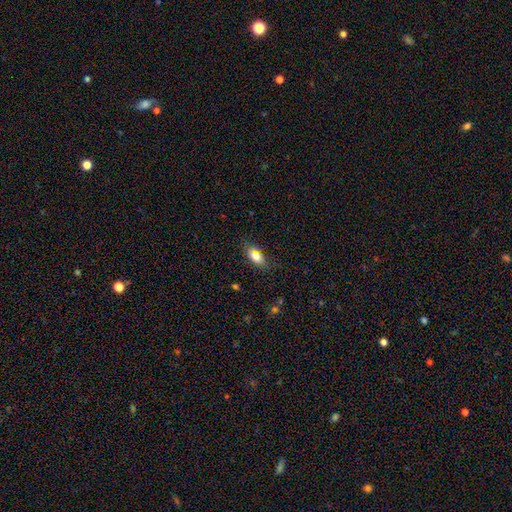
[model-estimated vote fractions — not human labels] This appears to be a smooth galaxy with no disk features (75%) that is in between round and cigar-shaped (86%). Merging: none (78%).